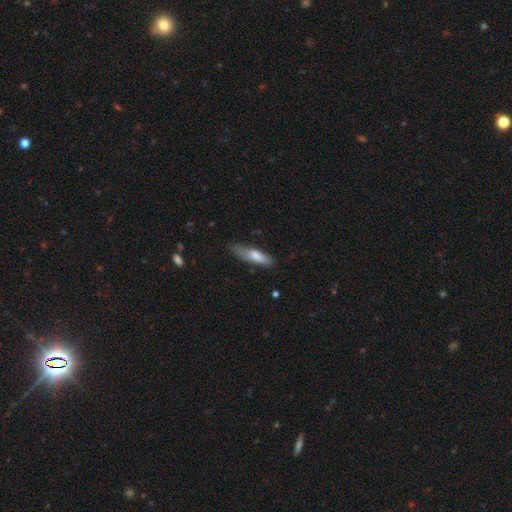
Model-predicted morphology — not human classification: smooth_or_featured: smooth (p=0.70) [alt: featured or disk p=0.24]
how_rounded: cigar-shaped (p=0.69) [alt: in between p=0.29]
merging: none (p=0.65) [alt: minor disturbance p=0.26]